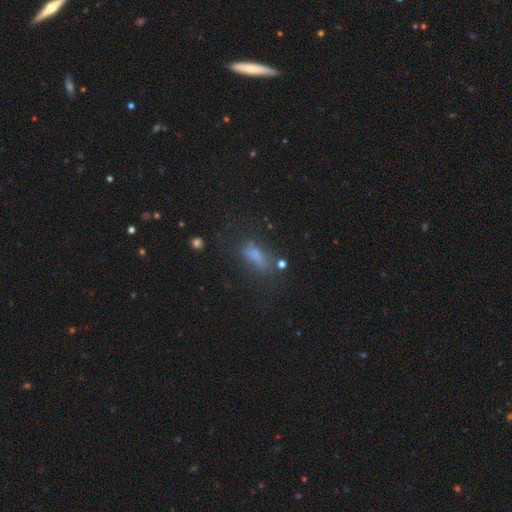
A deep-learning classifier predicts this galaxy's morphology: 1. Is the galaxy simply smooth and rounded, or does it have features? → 62% smooth, 20% featured or disk, 18% star or artifact.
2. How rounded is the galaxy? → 68% in between, 26% cigar-shaped, 6% round.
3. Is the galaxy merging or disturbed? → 45% none, 24% minor disturbance, 23% major disturbance, 8% merger.